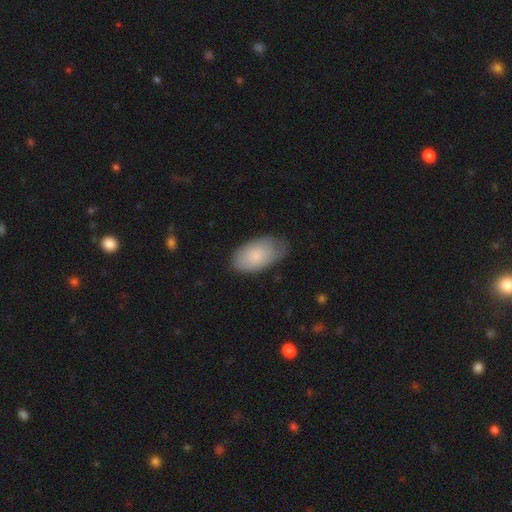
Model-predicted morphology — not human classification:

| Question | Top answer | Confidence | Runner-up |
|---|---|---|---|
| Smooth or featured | smooth | 82% | featured or disk (12%) |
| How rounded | in between | 94% | round (4%) |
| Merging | none | 61% | minor disturbance (31%) |